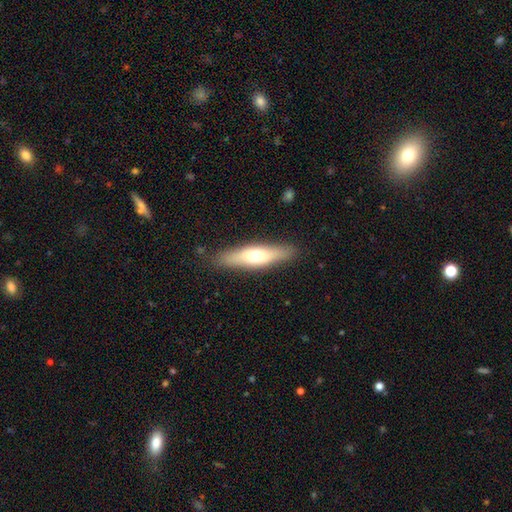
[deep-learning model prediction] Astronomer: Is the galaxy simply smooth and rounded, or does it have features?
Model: smooth — 52% (runner-up: featured or disk, 42%).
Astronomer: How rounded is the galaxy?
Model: cigar-shaped — 71%.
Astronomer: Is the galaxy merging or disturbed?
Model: none — 87%.